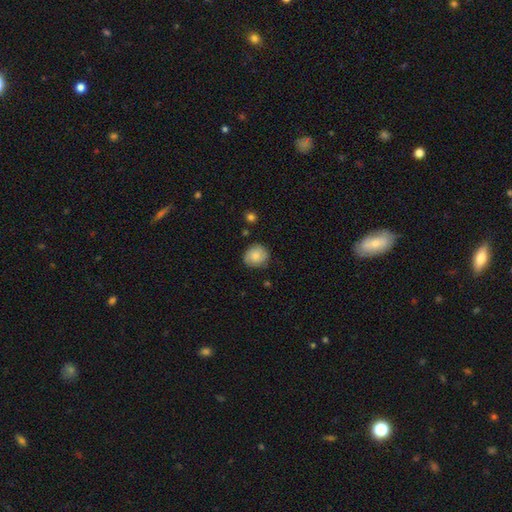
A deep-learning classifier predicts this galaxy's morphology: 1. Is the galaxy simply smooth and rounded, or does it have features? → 64% smooth, 28% featured or disk, 8% star or artifact.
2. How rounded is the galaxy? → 81% round, 18% in between, 1% cigar-shaped.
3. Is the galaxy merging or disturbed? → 78% none, 17% minor disturbance, 4% major disturbance, 2% merger.